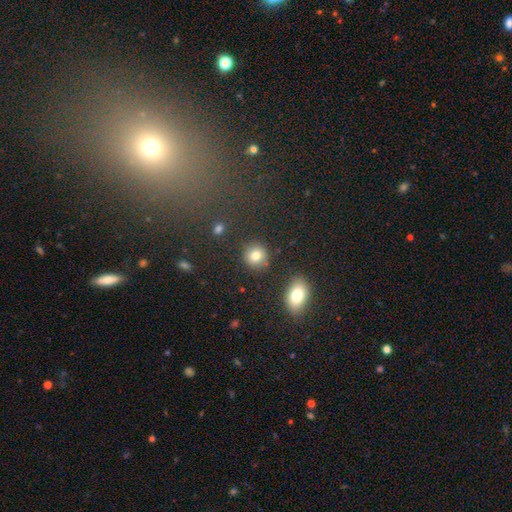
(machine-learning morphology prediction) Overall: smooth (81%). How rounded: round (86%). Merging: none (85%).